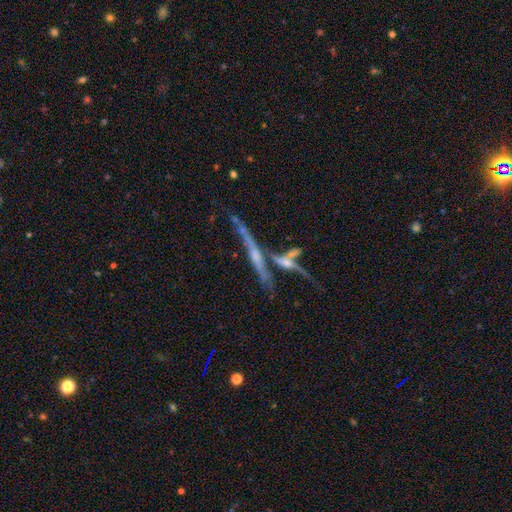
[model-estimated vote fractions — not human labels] Smooth or featured? featured or disk (73%)
Edge-on disk? yes (87%)
Edge-on bulge? rounded (56%)
Merging? none (48%)